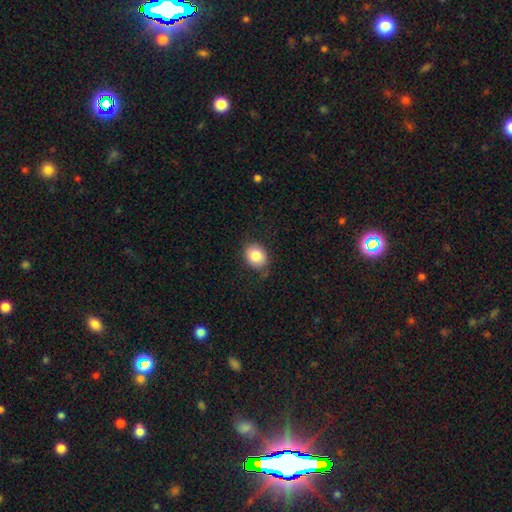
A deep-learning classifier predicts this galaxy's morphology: Smooth or featured: smooth — 83% (star or artifact — 9%)
How rounded: round — 53% (in between — 46%)
Merging: none — 79% (minor disturbance — 16%)